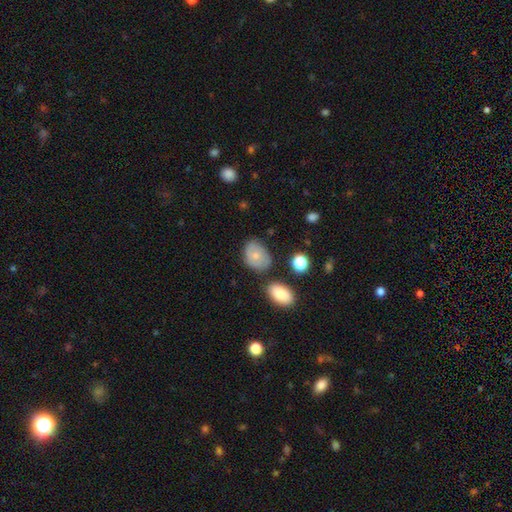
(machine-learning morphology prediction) The model was most divided on "how rounded": in between: 67%, round: 32%, cigar-shaped: 1%. More confident: smooth or featured — smooth (69%); merging — none (62%).